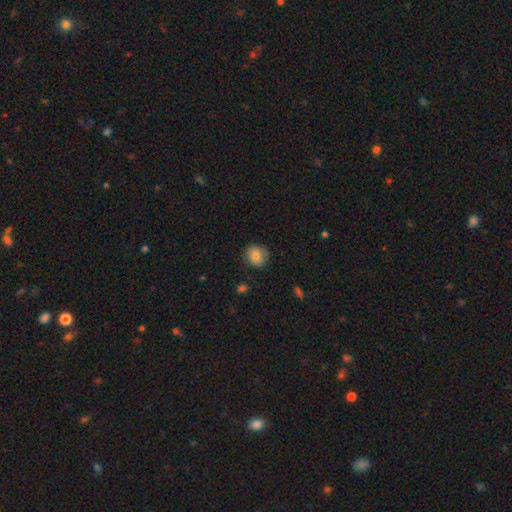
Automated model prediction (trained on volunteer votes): A smooth galaxy with no disk features (79%) that is round (84%). Merging: none (80%).